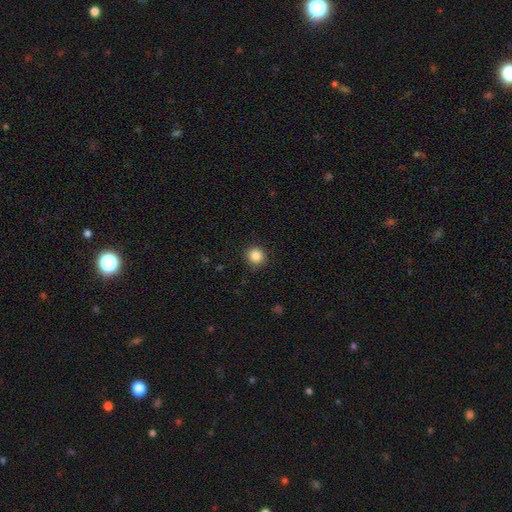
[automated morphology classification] smooth-or-featured: smooth: 86% | star or artifact: 10% | featured or disk: 4%
  how-rounded: round: 92% | in between: 7% | cigar-shaped: 1%
  merging: none: 89% | minor disturbance: 8% | major disturbance: 2% | merger: 1%